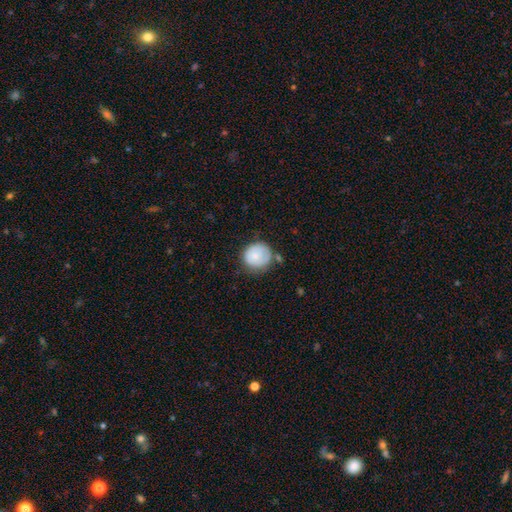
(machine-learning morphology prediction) This is likely a smooth galaxy (77%). How rounded: clearly round (87%). Merging: likely none (64%).